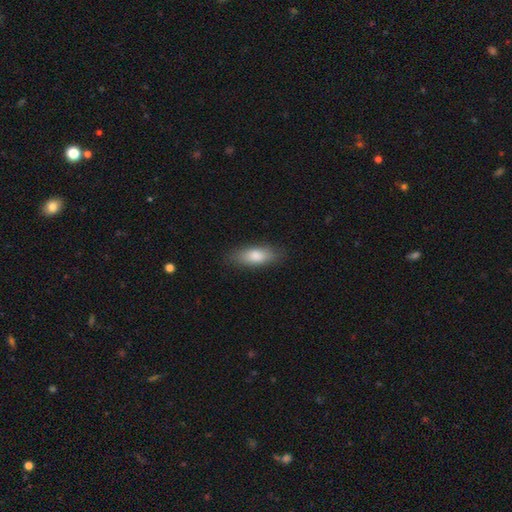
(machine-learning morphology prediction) Smooth or featured? Predicted: smooth (p=0.83). How rounded? Predicted: in between (p=0.73). Merging? Predicted: none (p=0.84).